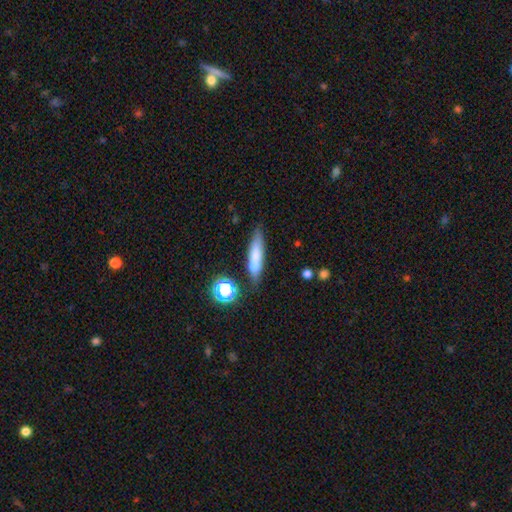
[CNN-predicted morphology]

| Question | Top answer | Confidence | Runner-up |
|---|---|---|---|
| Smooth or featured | smooth | 67% | featured or disk (22%) |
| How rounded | cigar-shaped | 73% | in between (24%) |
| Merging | none | 64% | minor disturbance (18%) |